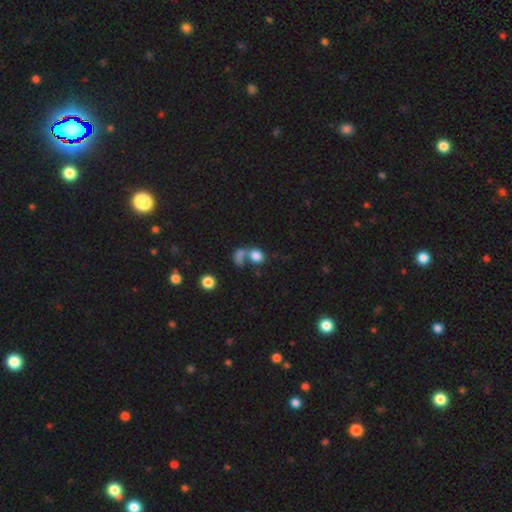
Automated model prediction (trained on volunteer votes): Smooth or featured?
  - smooth: 80% *
  - star or artifact: 10%
  - featured or disk: 9%
How rounded?
  - in between: 51% *
  - round: 47%
  - cigar-shaped: 2%
Merging?
  - merger: 52% *
  - none: 30%
  - major disturbance: 10%
  - minor disturbance: 9%